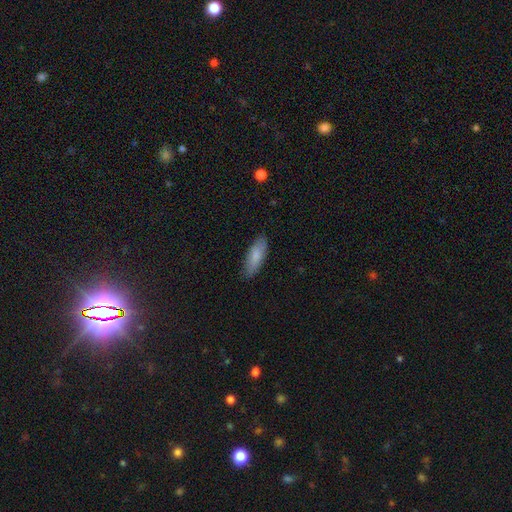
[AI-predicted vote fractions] smooth-or-featured: smooth: 82% | featured or disk: 12% | star or artifact: 6%
  how-rounded: in between: 64% | cigar-shaped: 34% | round: 2%
  merging: none: 84% | minor disturbance: 13% | major disturbance: 2% | merger: 1%